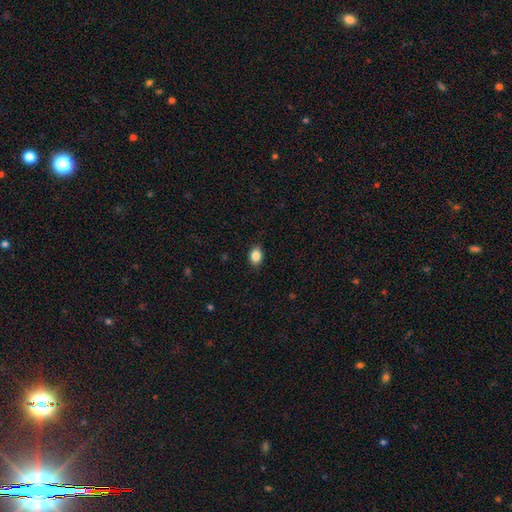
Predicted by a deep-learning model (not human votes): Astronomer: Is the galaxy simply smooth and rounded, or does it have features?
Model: smooth — 86%.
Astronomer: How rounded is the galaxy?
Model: in between — 75%.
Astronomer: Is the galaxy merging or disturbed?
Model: none — 87%.